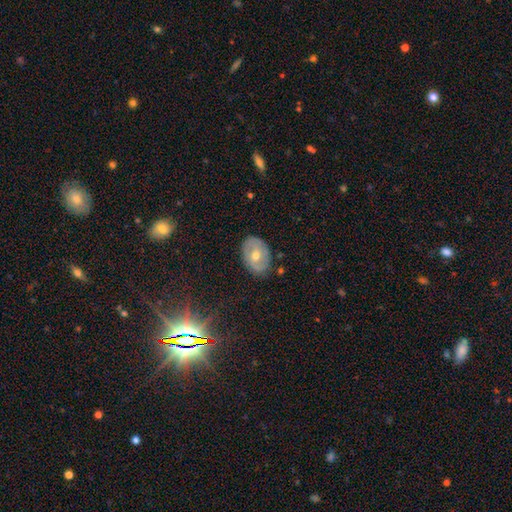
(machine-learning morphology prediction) smooth-or-featured: featured or disk: 53% | smooth: 35% | star or artifact: 12%
  disk-edge-on: no: 92% | yes: 8%
  merging: none: 81% | minor disturbance: 14% | major disturbance: 3% | merger: 1%